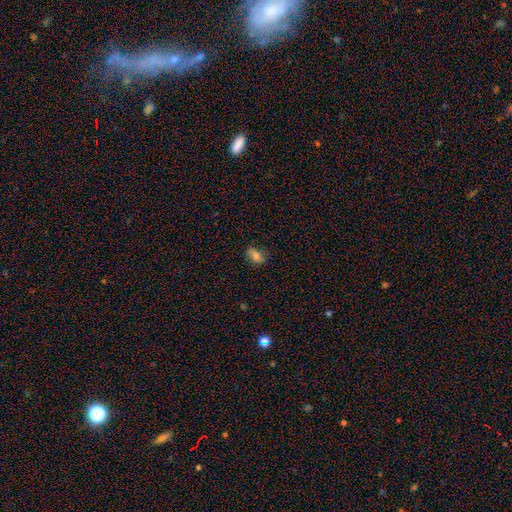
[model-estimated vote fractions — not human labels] smooth-or-featured: smooth: 74% | featured or disk: 14% | star or artifact: 13%
  how-rounded: in between: 78% | round: 20% | cigar-shaped: 3%
  merging: none: 61% | minor disturbance: 27% | major disturbance: 7% | merger: 4%